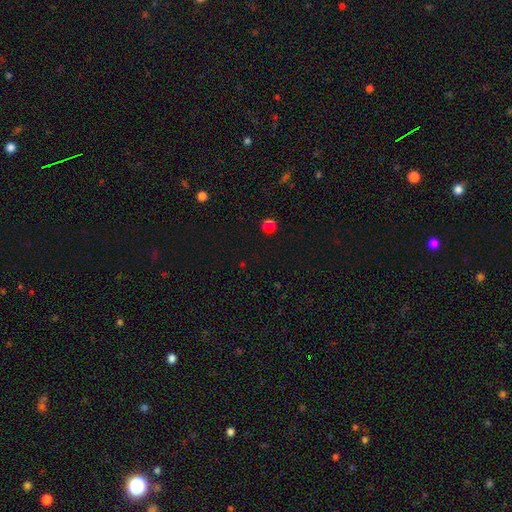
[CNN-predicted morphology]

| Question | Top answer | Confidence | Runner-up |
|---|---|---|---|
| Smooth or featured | star or artifact | 53% | smooth (40%) |